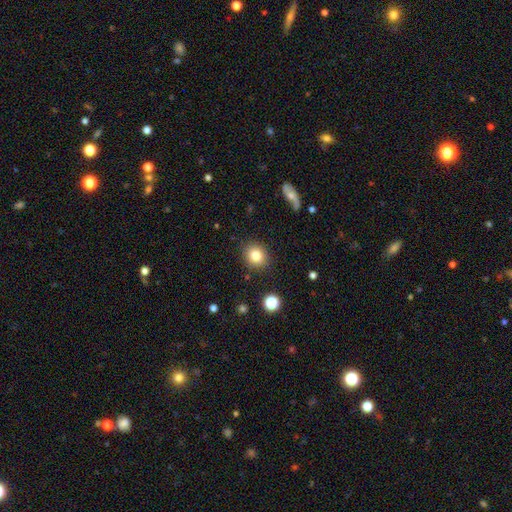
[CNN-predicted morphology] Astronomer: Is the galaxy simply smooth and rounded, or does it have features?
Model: smooth — 81%.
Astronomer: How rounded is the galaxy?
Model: round — 70%.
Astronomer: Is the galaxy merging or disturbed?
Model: none — 87%.